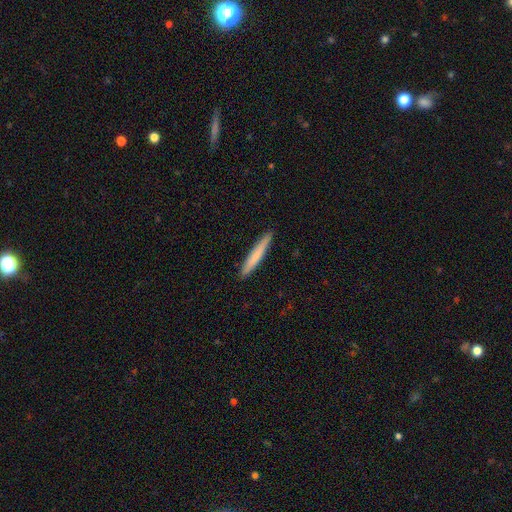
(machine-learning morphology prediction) This is likely a smooth galaxy (73%). How rounded: clearly cigar-shaped (96%). Merging: clearly none (91%).